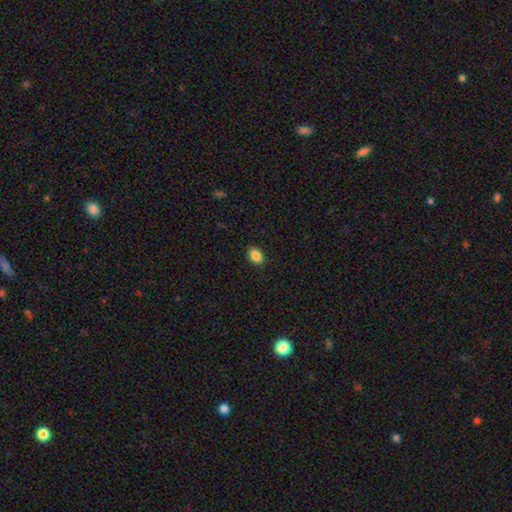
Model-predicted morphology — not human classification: Smooth or featured? Predicted: smooth (p=0.88). How rounded? Predicted: in between (p=0.78). Merging? Predicted: none (p=0.89).